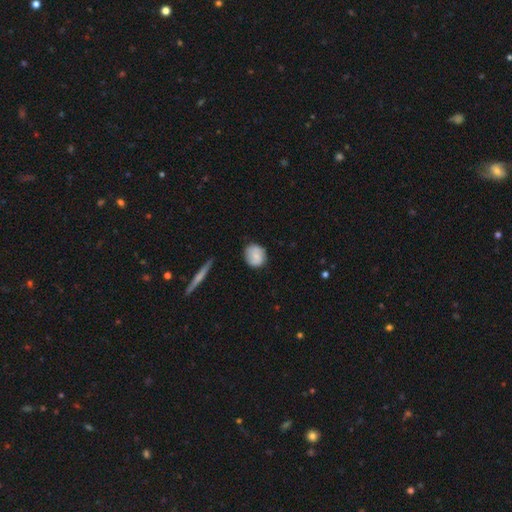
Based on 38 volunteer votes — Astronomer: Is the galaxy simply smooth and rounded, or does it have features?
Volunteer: smooth — 79%.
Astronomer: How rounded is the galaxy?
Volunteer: round — 57% (runner-up: in between, 37%).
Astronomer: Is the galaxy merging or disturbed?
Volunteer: none — 81%.